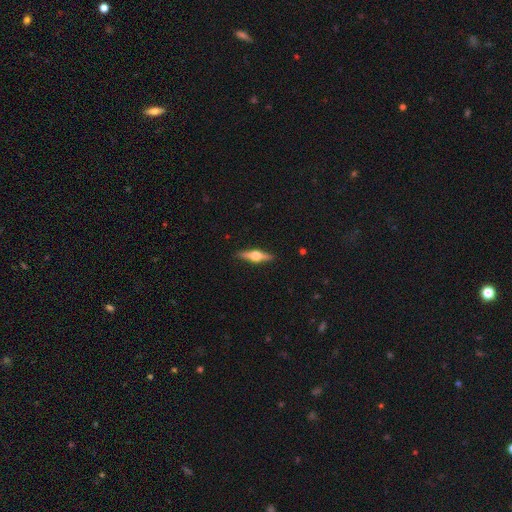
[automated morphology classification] The model was most divided on "smooth or featured": featured or disk: 73%, smooth: 22%, star or artifact: 5%. More confident: edge-on disk — yes (97%); edge-on bulge — rounded (96%); merging — none (90%).